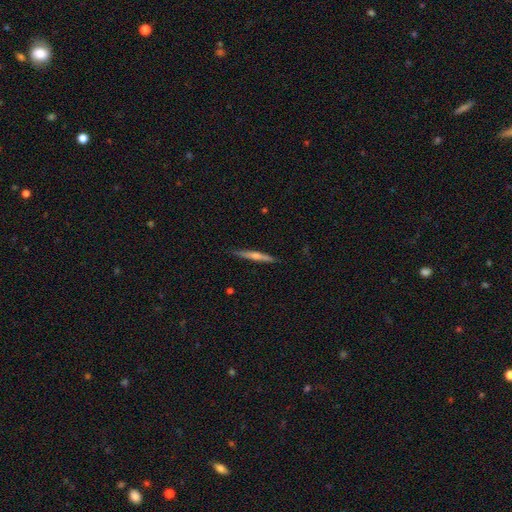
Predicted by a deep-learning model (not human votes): Morphology: type=featured or disk (68%); edge-on=yes (98%); edge-on bulge=rounded (77%); merging=none (90%).